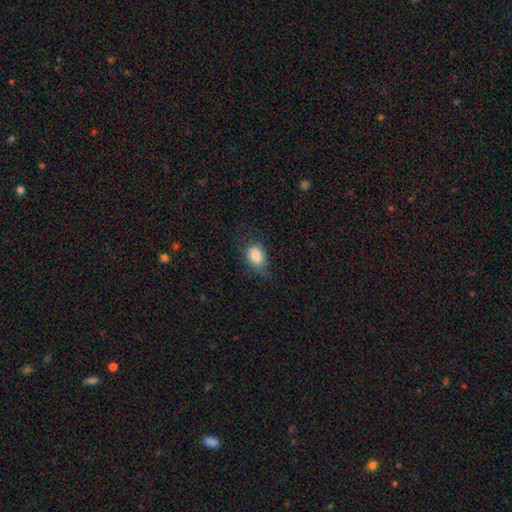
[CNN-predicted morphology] This is clearly a smooth galaxy (85%). How rounded: likely in between (78%). Merging: possibly none (54%).